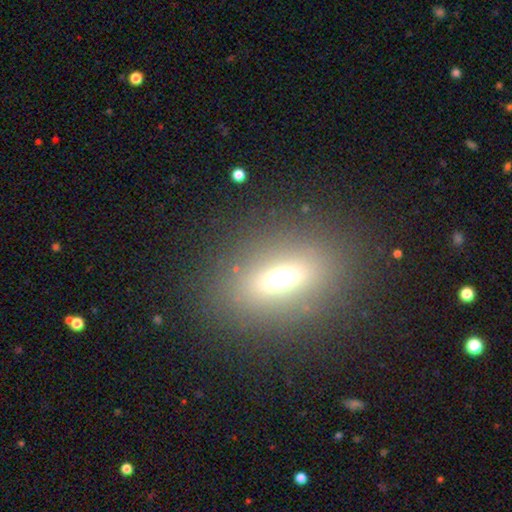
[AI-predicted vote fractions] The model was most divided on "smooth or featured": smooth: 57%, featured or disk: 25%, star or artifact: 18%. More confident: merging — none (83%); how rounded — in between (72%).